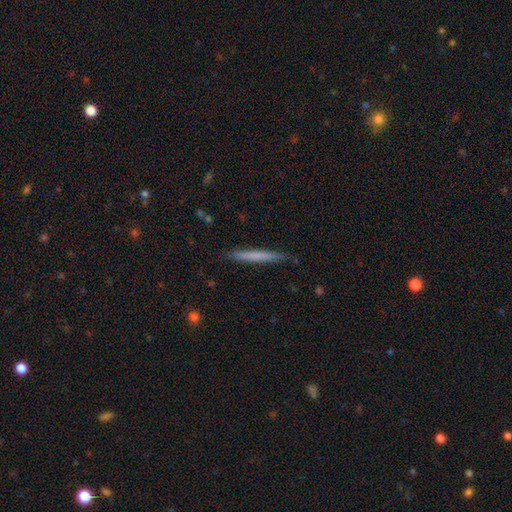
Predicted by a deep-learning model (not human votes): Overall: smooth (65%; featured or disk 30%). How rounded: cigar-shaped (97%). Merging: none (88%).